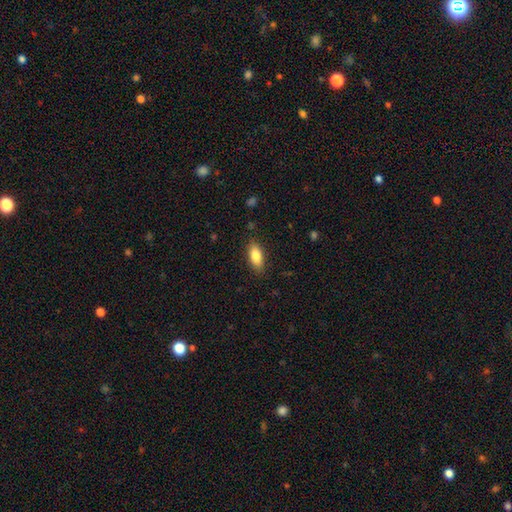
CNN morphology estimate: Smooth or featured? Predicted: smooth (p=0.83). How rounded? Predicted: in between (p=0.84). Merging? Predicted: none (p=0.86).